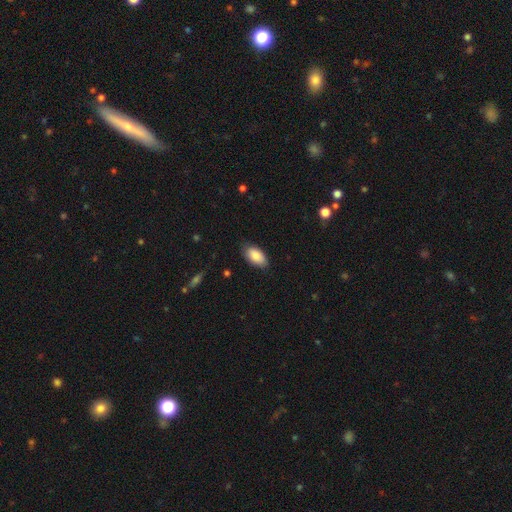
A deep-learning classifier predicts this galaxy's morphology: smooth 86%, featured or disk 7%, star or artifact 6%. Down the decision tree: how rounded — in between (94%); merging — none (80%).